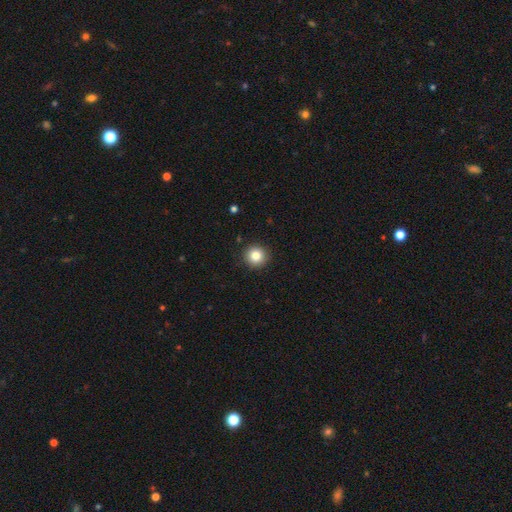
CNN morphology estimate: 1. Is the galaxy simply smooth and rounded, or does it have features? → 82% smooth, 11% star or artifact, 7% featured or disk.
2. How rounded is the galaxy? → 95% round, 4% in between, 1% cigar-shaped.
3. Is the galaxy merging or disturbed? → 92% none, 5% minor disturbance, 2% major disturbance, 1% merger.